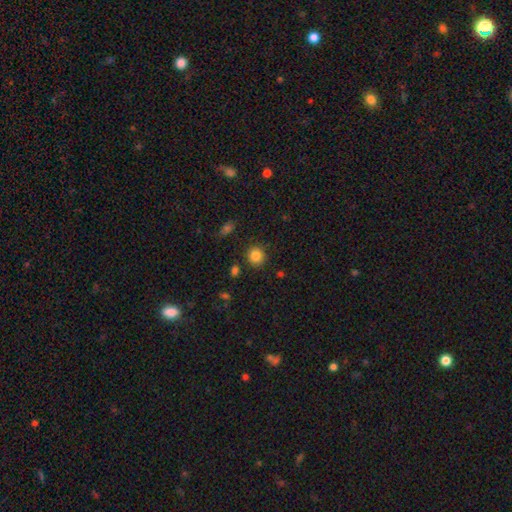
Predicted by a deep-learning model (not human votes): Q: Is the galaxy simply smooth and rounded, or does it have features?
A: smooth — 85%.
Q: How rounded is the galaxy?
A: round — 90%.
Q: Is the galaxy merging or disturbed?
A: none — 87%.